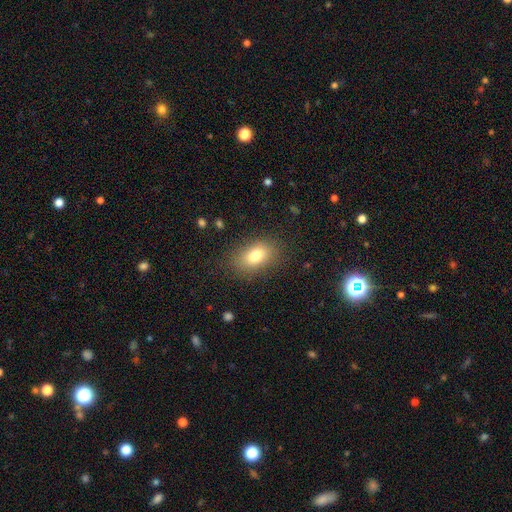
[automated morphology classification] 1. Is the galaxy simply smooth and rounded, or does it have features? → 78% smooth, 12% featured or disk, 10% star or artifact.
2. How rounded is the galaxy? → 85% in between, 13% round, 2% cigar-shaped.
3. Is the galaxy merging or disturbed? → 82% none, 12% minor disturbance, 5% major disturbance, 1% merger.